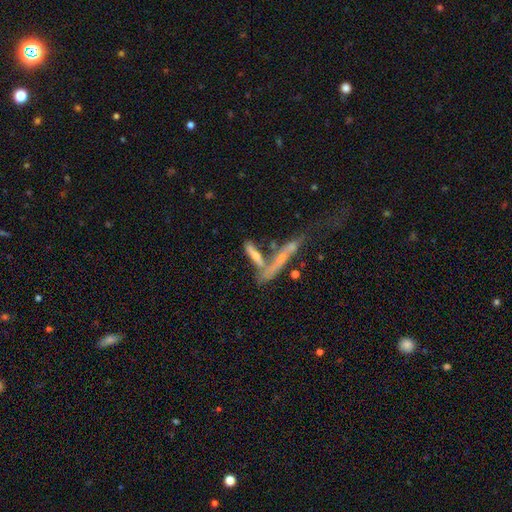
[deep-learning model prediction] A featured or disk galaxy (48%). Merging: merger (44%).